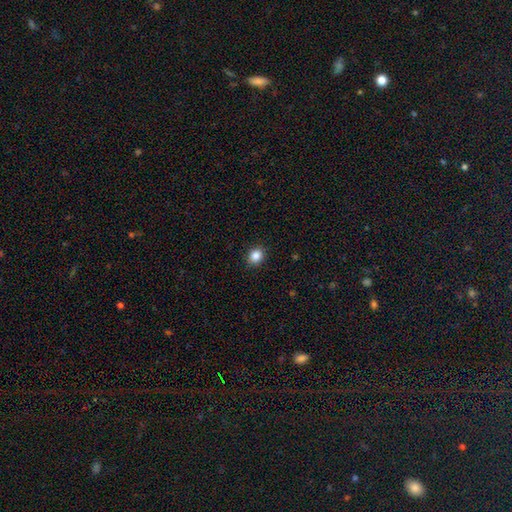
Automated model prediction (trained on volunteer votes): smooth 85%, star or artifact 10%, featured or disk 4%. Down the decision tree: how rounded — round (65%); merging — none (90%).